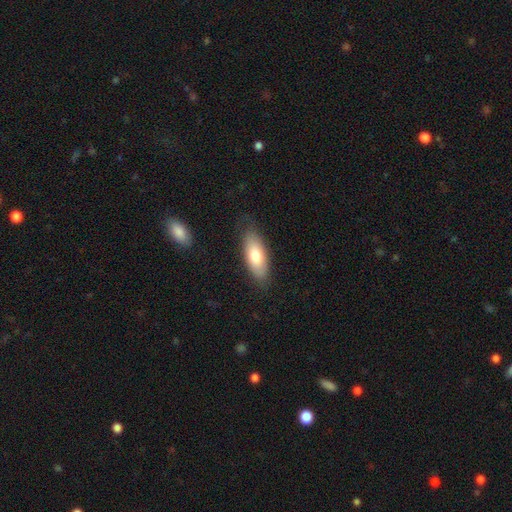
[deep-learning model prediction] Smooth or featured: smooth — 74% (featured or disk — 20%)
How rounded: in between — 80% (cigar-shaped — 18%)
Merging: none — 80% (minor disturbance — 15%)